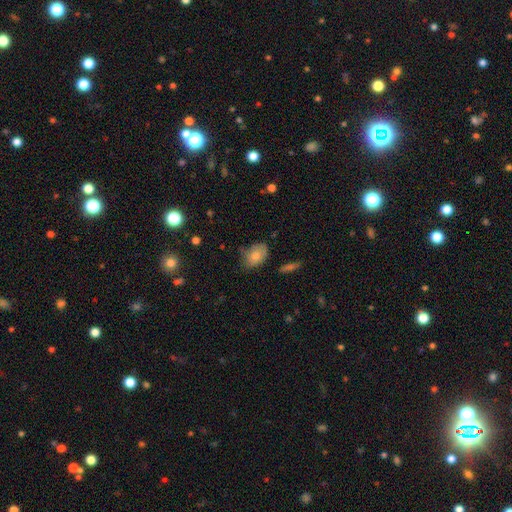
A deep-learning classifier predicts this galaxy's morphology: This appears to be a smooth galaxy with no disk features (76%) that is in between round and cigar-shaped (79%). Merging: none (56%).